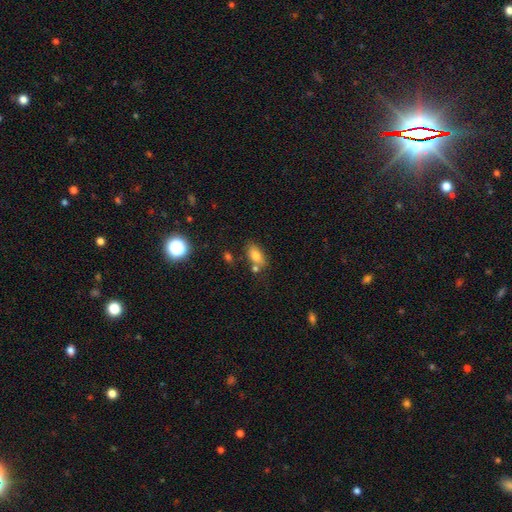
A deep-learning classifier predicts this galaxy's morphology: Q: Smooth or featured?
A: smooth (80%); runner-up: featured or disk (10%)
Q: How rounded?
A: in between (88%); runner-up: round (7%)
Q: Merging?
A: none (64%); runner-up: minor disturbance (16%)